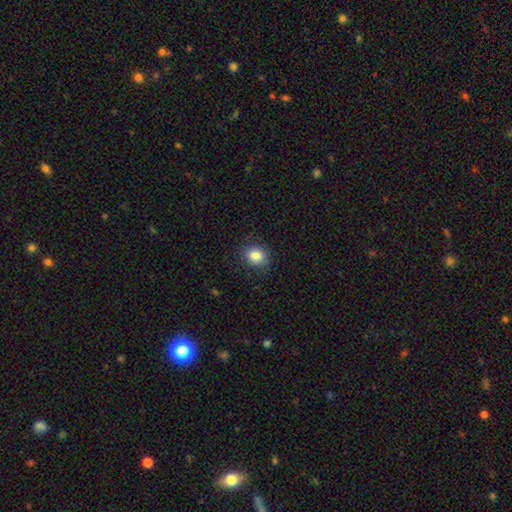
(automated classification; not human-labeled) Smooth or featured? Predicted: smooth (p=0.85). How rounded? Predicted: round (p=0.57). Merging? Predicted: none (p=0.82).